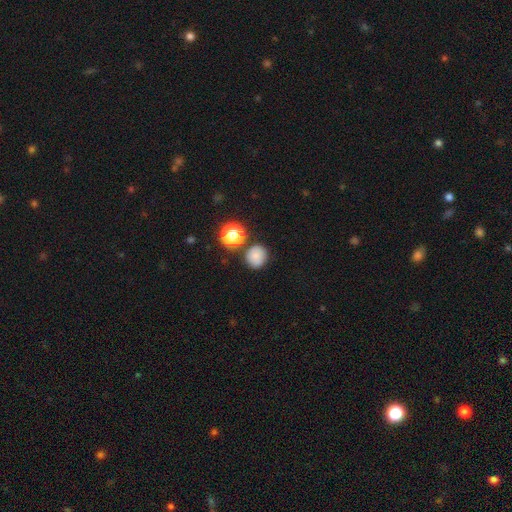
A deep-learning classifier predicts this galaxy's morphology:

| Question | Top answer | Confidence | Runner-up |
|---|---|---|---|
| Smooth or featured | smooth | 78% | star or artifact (14%) |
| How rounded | round | 87% | in between (12%) |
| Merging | none | 79% | minor disturbance (11%) |